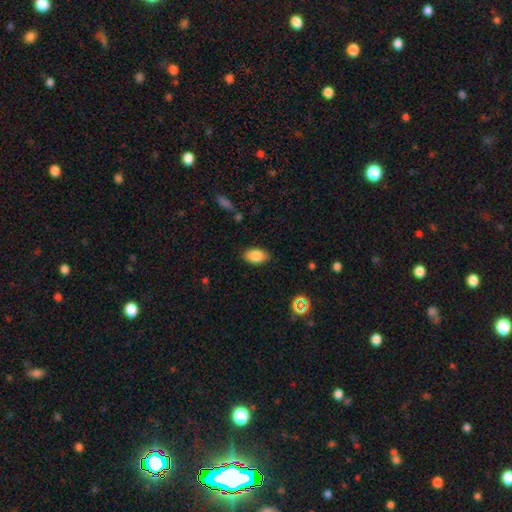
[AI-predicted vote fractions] Smooth or featured? Predicted: smooth (p=0.86). How rounded? Predicted: in between (p=0.92). Merging? Predicted: none (p=0.85).